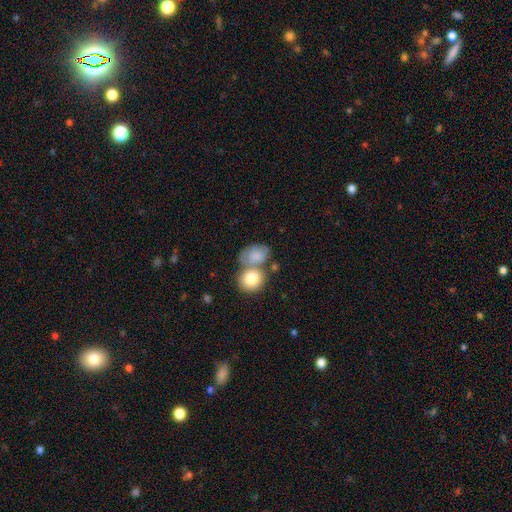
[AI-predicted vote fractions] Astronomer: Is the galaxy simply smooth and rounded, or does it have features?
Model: smooth — 78%.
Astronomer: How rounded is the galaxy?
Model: in between — 69%.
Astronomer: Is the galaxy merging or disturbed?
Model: merger — 48% (runner-up: none, 31%).